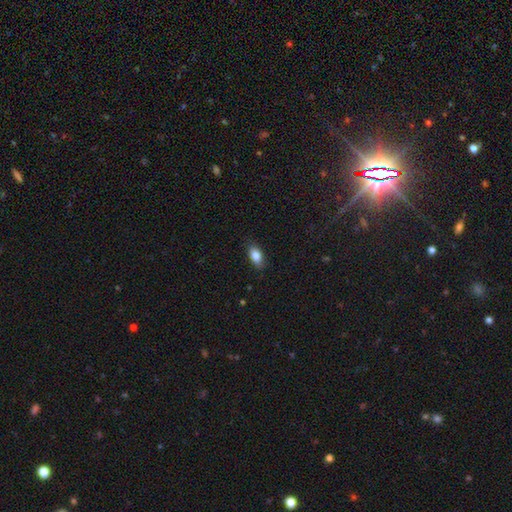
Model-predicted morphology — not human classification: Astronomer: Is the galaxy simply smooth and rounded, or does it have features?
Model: smooth — 82%.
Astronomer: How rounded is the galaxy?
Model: in between — 88%.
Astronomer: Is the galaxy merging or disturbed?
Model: none — 84%.